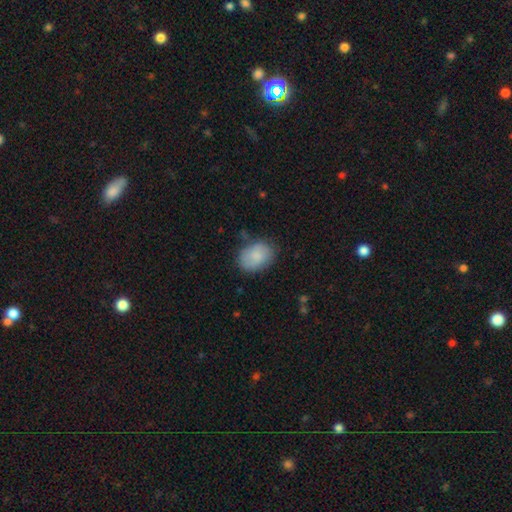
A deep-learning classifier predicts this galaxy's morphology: type=smooth (82%); roundness=in between (74%); merging=none (71%).